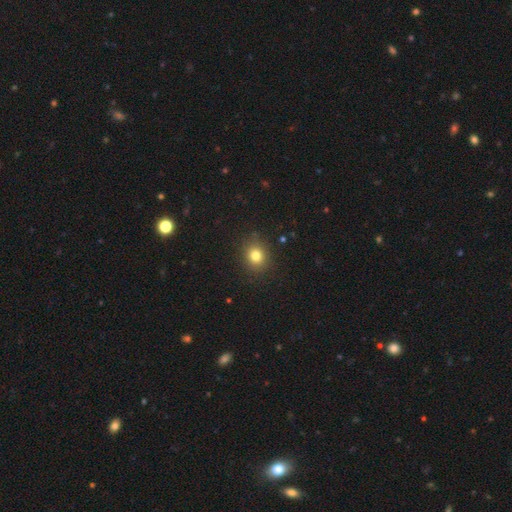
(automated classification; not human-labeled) This appears to be a smooth galaxy with no disk features (79%) that is round (75%). Merging: none (88%).